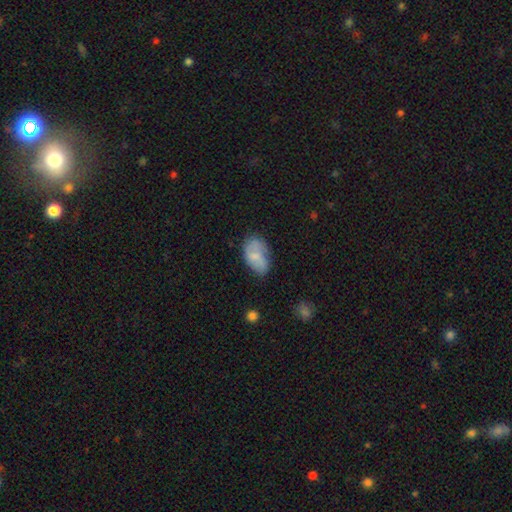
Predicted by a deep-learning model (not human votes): A smooth galaxy with no disk features (63%) that is in between round and cigar-shaped (92%). Merging: none (52%).